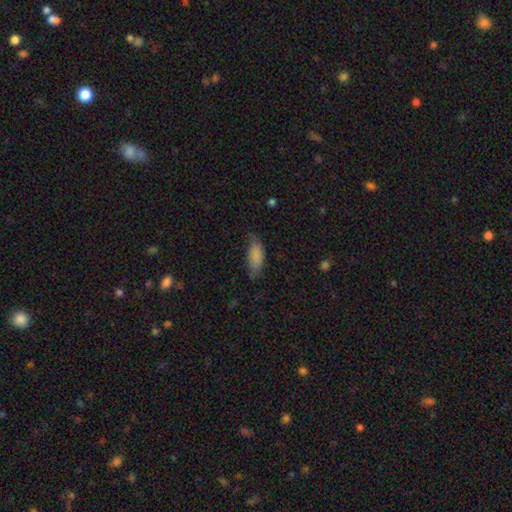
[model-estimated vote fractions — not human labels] Smooth or featured: smooth — 82% (featured or disk — 11%)
How rounded: in between — 84% (cigar-shaped — 14%)
Merging: none — 54% (minor disturbance — 33%)